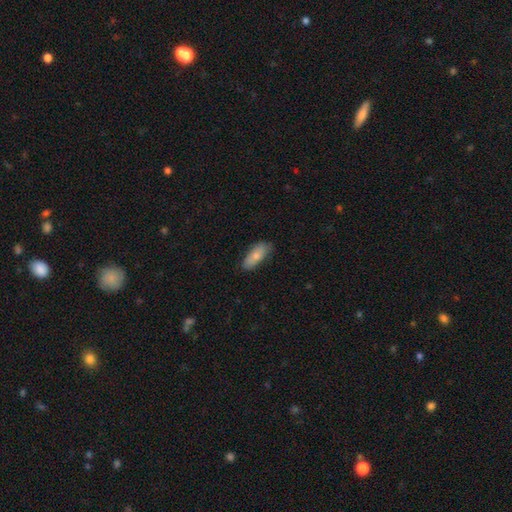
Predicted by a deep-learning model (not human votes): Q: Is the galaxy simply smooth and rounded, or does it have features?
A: smooth — 75%.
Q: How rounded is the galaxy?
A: in between — 76%.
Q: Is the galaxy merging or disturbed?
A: none — 79%.